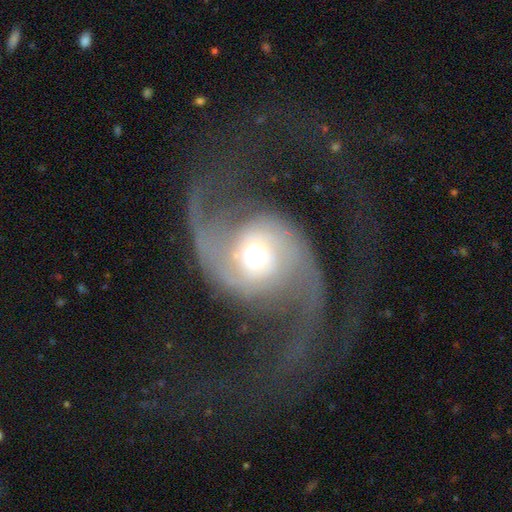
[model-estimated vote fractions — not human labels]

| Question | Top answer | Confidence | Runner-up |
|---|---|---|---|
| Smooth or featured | featured or disk | 83% | smooth (11%) |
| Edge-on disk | no | 97% | yes (3%) |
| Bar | no | 63% | weak (27%) |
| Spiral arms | yes | 93% | no (7%) |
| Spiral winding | loose | 60% | medium (30%) |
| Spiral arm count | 2 | 89% | can't tell (3%) |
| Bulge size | moderate | 65% | large (19%) |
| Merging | none | 49% | major disturbance (34%) |